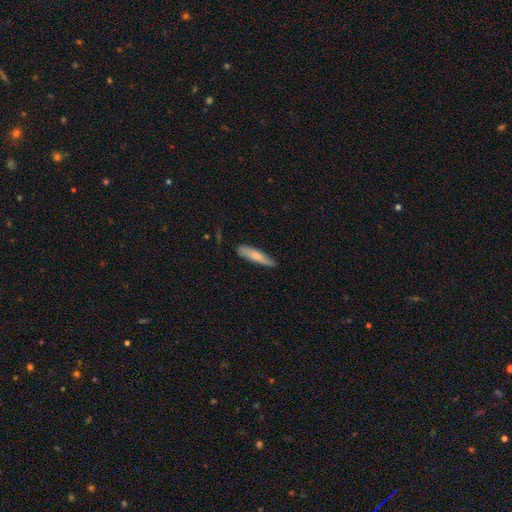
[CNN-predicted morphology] type=smooth (74%); roundness=cigar-shaped (81%); merging=none (77%).